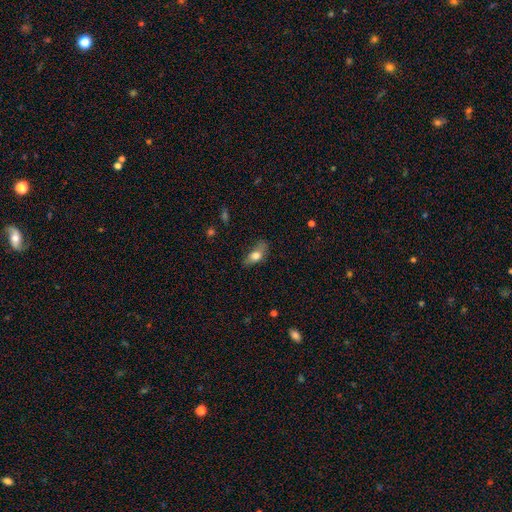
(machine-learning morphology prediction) smooth-or-featured: smooth: 73% | featured or disk: 19% | star or artifact: 8%
  how-rounded: in between: 79% | cigar-shaped: 13% | round: 8%
  merging: none: 54% | minor disturbance: 30% | major disturbance: 13% | merger: 3%